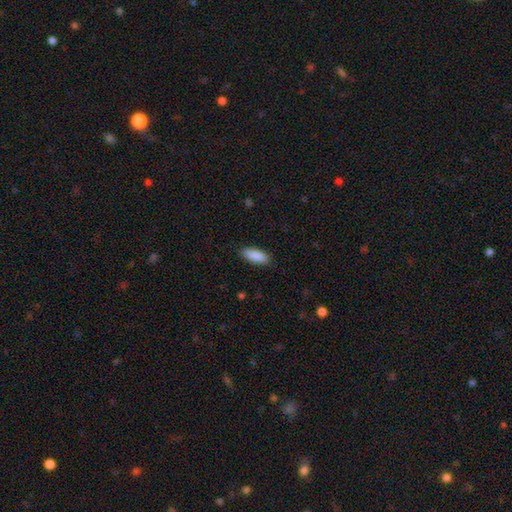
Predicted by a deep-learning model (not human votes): smooth_or_featured: smooth (p=0.90) [alt: star or artifact p=0.06]
how_rounded: in between (p=0.75) [alt: cigar-shaped p=0.23]
merging: none (p=0.88) [alt: minor disturbance p=0.09]